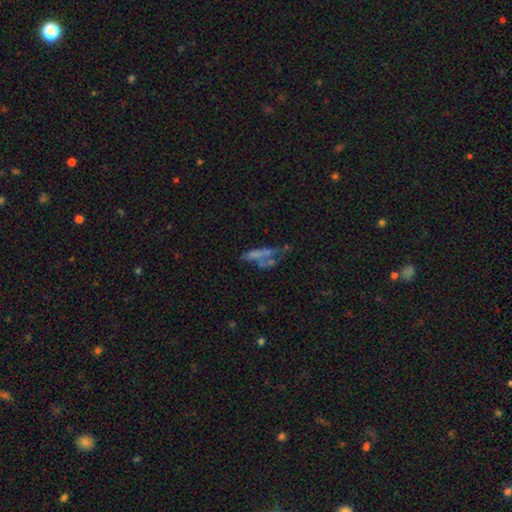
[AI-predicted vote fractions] featured or disk 42%, smooth 34%, star or artifact 24%. Down the decision tree: merging — none (33%).